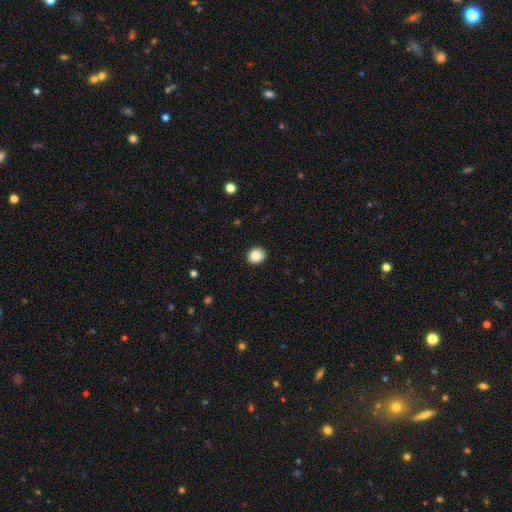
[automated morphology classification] Overall: smooth (87%). How rounded: round (83%). Merging: none (92%).